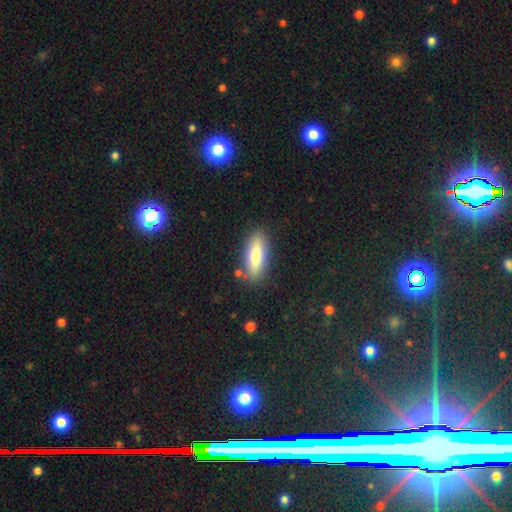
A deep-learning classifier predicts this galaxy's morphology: Smooth or featured?
  - smooth: 70% *
  - featured or disk: 23%
  - star or artifact: 7%
How rounded?
  - in between: 66% *
  - cigar-shaped: 31%
  - round: 3%
Merging?
  - none: 83% *
  - minor disturbance: 11%
  - merger: 3%
  - major disturbance: 3%